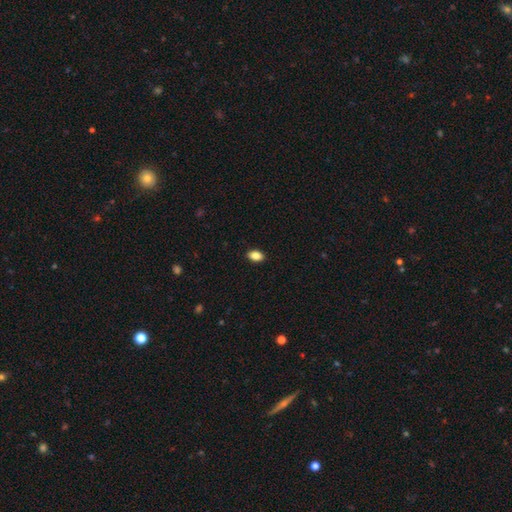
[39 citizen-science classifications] Overall: smooth (79%). How rounded: in between (87%). Merging: none (89%).